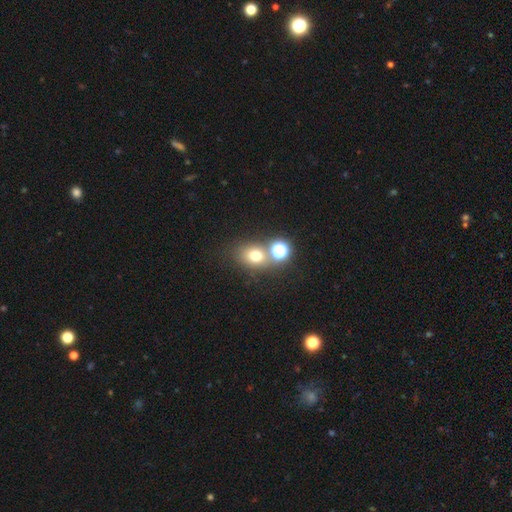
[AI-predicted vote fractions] Smooth or featured? smooth (68%)
How rounded? round (59%)
Merging? none (59%)